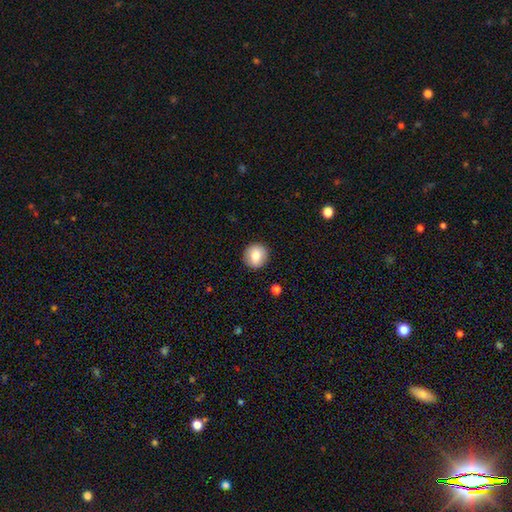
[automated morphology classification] This appears to be a smooth galaxy with no disk features (79%) that is round (90%). Merging: none (90%).